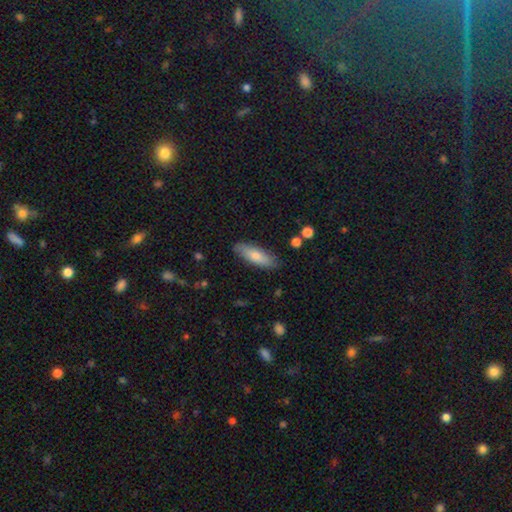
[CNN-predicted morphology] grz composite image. It shows a smooth galaxy with no disk features (73%) that is in between round and cigar-shaped (55%). Merging: none (85%).